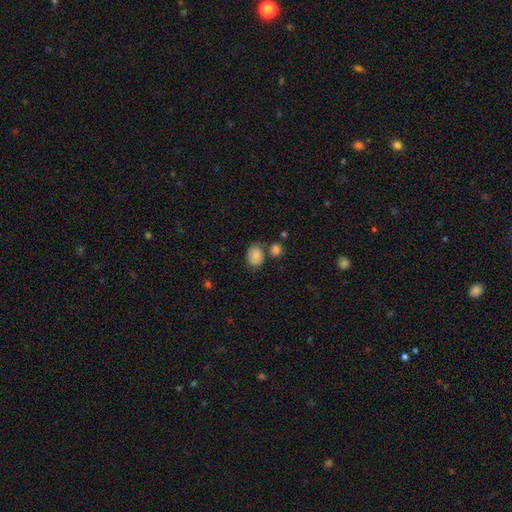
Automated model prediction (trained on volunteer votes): Morphology: type=smooth (82%); roundness=in between (66%); merging=none (62%).